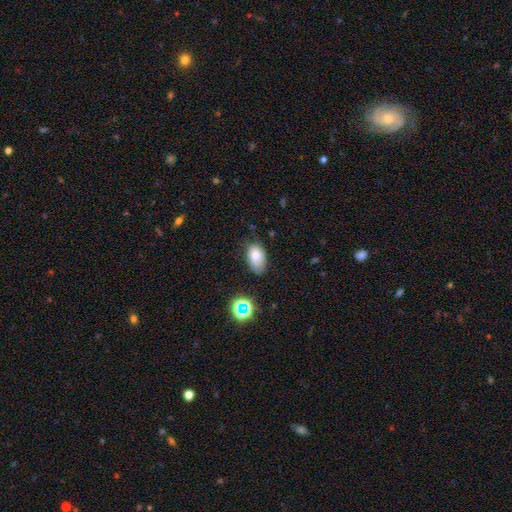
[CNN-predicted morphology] smooth_or_featured: smooth (p=0.75) [alt: featured or disk p=0.14]
how_rounded: in between (p=0.90) [alt: round p=0.08]
merging: none (p=0.58) [alt: minor disturbance p=0.31]